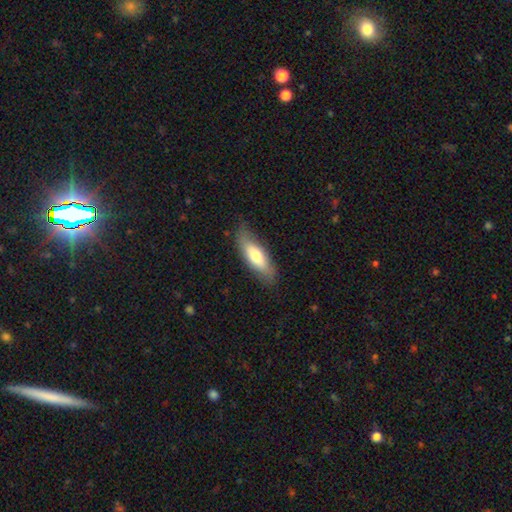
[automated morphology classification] Smooth or featured: smooth — 68% (featured or disk — 26%)
How rounded: in between — 57% (cigar-shaped — 41%)
Merging: none — 78% (minor disturbance — 17%)